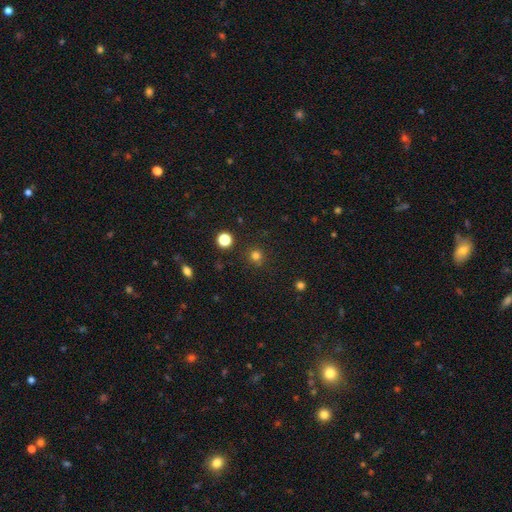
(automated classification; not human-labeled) smooth 78%, star or artifact 17%, featured or disk 4%. Down the decision tree: how rounded — round (93%); merging — none (89%).